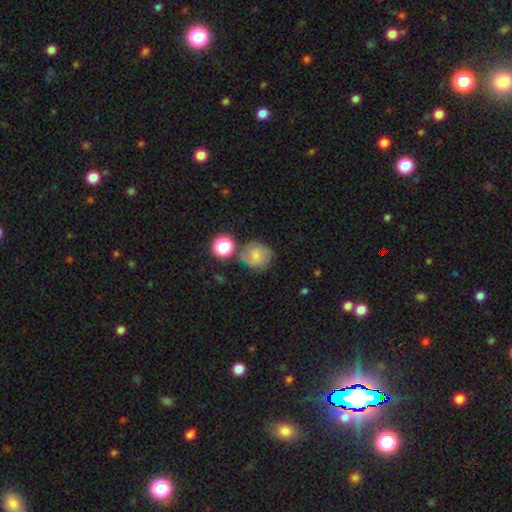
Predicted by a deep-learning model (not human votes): This appears to be a smooth galaxy with no disk features (59%) that is round (80%). Merging: none (61%).